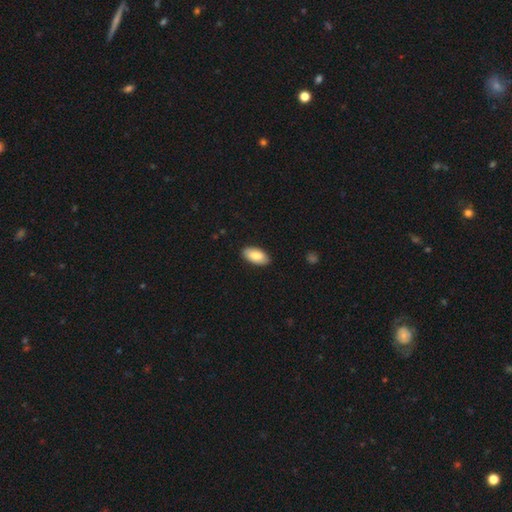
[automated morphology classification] Smooth or featured?
  - smooth: 81% *
  - featured or disk: 13%
  - star or artifact: 5%
How rounded?
  - in between: 95% *
  - cigar-shaped: 3%
  - round: 2%
Merging?
  - none: 89% *
  - minor disturbance: 8%
  - major disturbance: 2%
  - merger: 1%